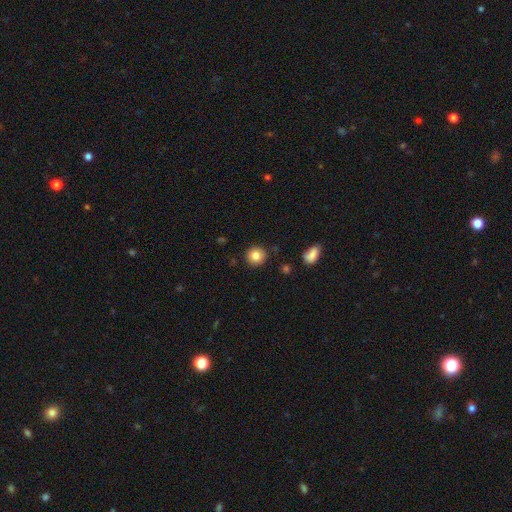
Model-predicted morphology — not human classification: A smooth galaxy with no disk features (83%) that is round (92%).

Vote fractions:
- Smooth or featured? smooth: 83% / star or artifact: 10% / featured or disk: 7%
- How rounded? round: 92% / in between: 7% / cigar-shaped: 1%
- Merging? none: 89% / minor disturbance: 7% / major disturbance: 2% / merger: 2%